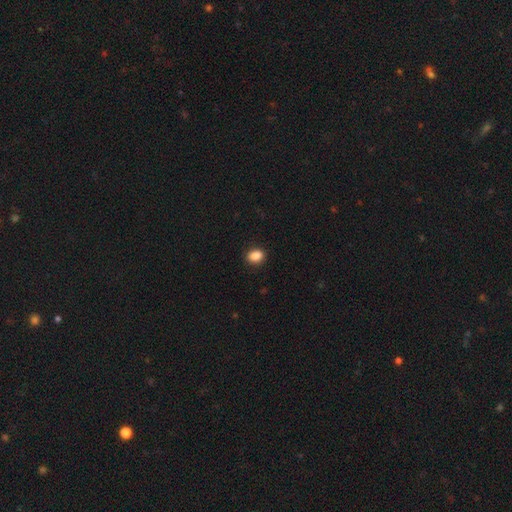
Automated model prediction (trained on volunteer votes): A smooth galaxy with no disk features (88%) that is in between round and cigar-shaped (68%).

Vote fractions:
- Smooth or featured? smooth: 88% / star or artifact: 9% / featured or disk: 3%
- How rounded? in between: 68% / round: 31% / cigar-shaped: 1%
- Merging? none: 89% / minor disturbance: 8% / major disturbance: 2% / merger: 1%